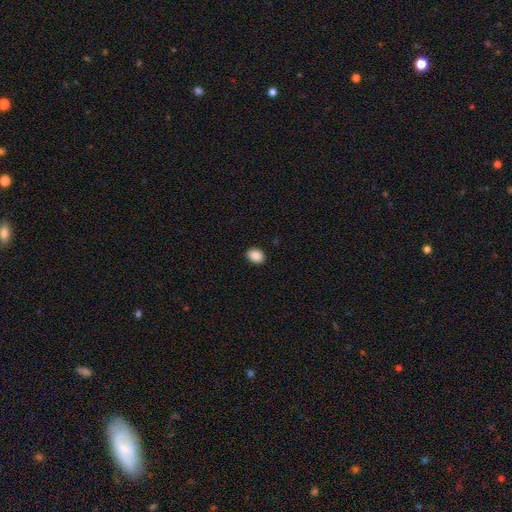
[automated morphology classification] A smooth galaxy with no disk features (89%) that is in between round and cigar-shaped (70%).

Vote fractions:
- Smooth or featured? smooth: 89% / star or artifact: 8% / featured or disk: 3%
- How rounded? in between: 70% / round: 29% / cigar-shaped: 1%
- Merging? none: 89% / minor disturbance: 8% / major disturbance: 2% / merger: 1%